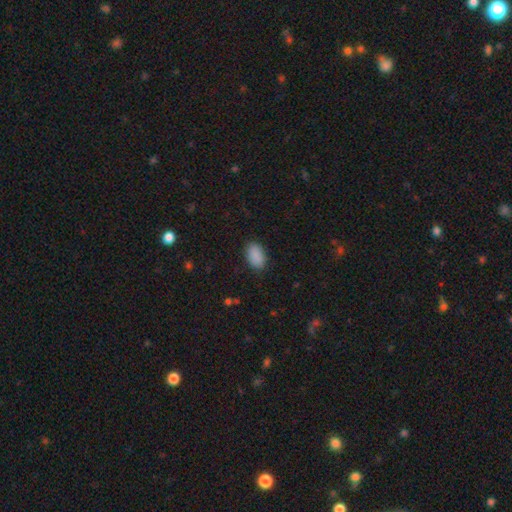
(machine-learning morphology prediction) Smooth or featured?
  - smooth: 90% *
  - star or artifact: 7%
  - featured or disk: 3%
How rounded?
  - in between: 93% *
  - round: 6%
  - cigar-shaped: 1%
Merging?
  - none: 86% *
  - minor disturbance: 10%
  - major disturbance: 3%
  - merger: 1%